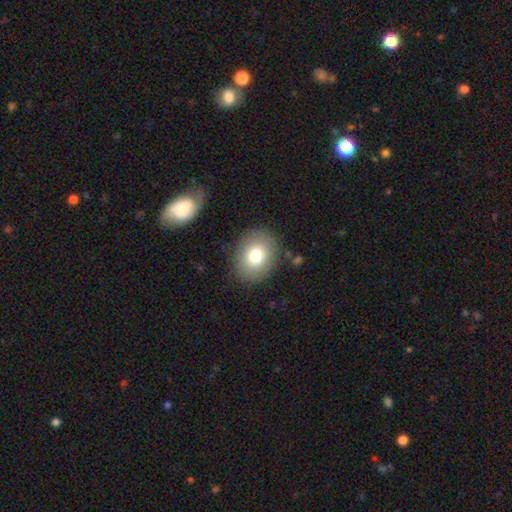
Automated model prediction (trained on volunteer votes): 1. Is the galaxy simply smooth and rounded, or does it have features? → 78% smooth, 13% featured or disk, 9% star or artifact.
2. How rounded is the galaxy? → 51% in between, 49% round, 1% cigar-shaped.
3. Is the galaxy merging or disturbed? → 86% none, 9% minor disturbance, 3% major disturbance, 2% merger.